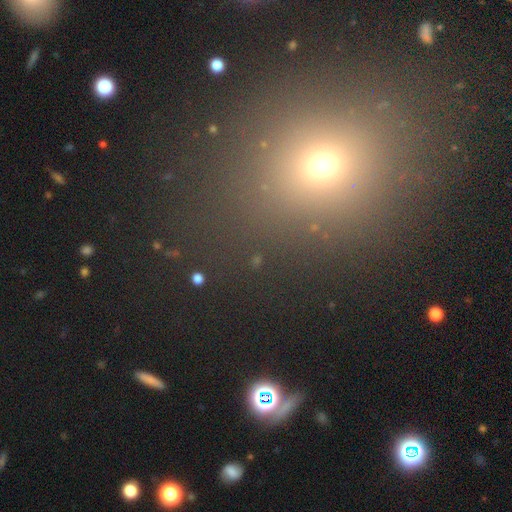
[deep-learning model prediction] Overall: smooth (52%; star or artifact 40%). How rounded: round (72%). Merging: none (85%).